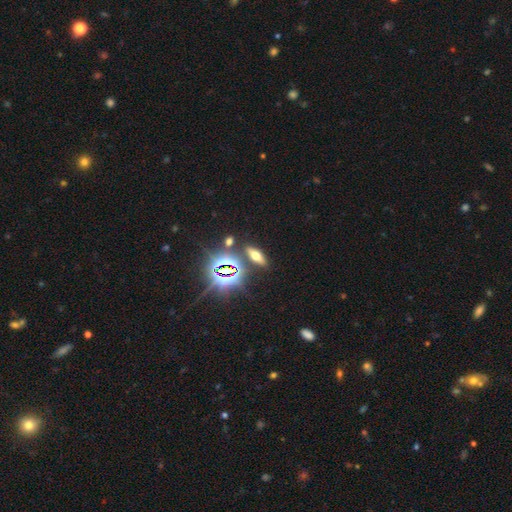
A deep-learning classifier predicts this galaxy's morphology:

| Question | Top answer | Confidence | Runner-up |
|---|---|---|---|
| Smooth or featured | star or artifact | 40% | smooth (35%) |